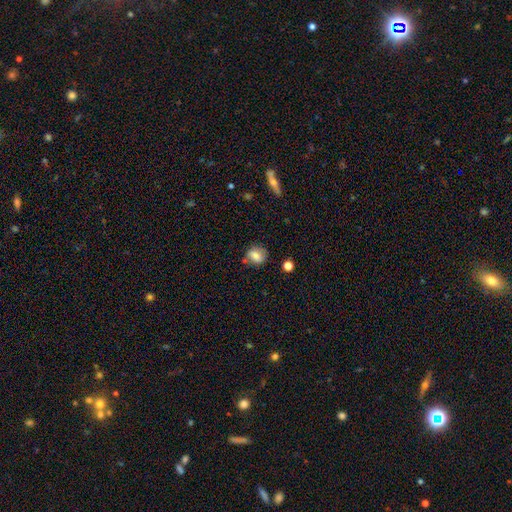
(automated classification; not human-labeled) smooth 72%, featured or disk 18%, star or artifact 10%. Down the decision tree: how rounded — round (55%); merging — none (66%).